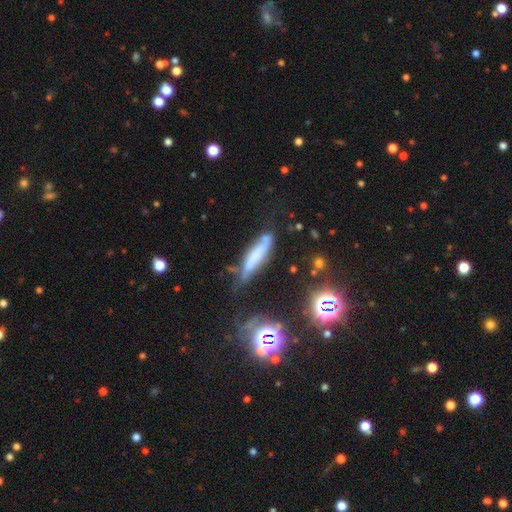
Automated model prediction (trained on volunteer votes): Smooth or featured: smooth — 47% (featured or disk — 38%)
Merging: none — 45% (minor disturbance — 31%)